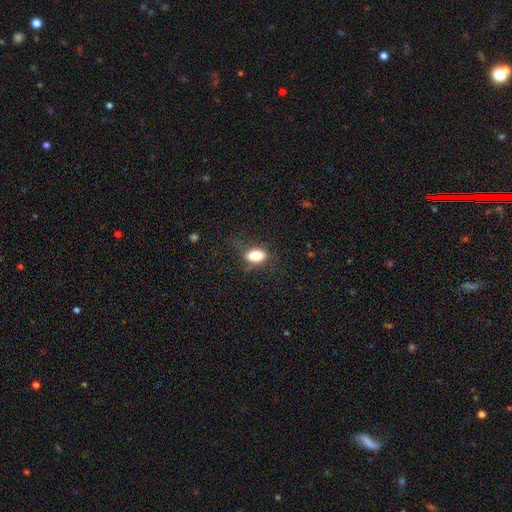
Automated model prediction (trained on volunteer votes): smooth-or-featured: smooth: 78% | featured or disk: 13% | star or artifact: 9%
  how-rounded: in between: 85% | round: 9% | cigar-shaped: 6%
  merging: none: 65% | minor disturbance: 22% | major disturbance: 11% | merger: 2%